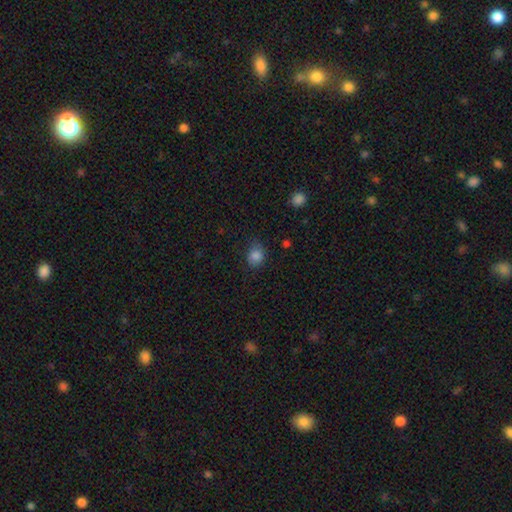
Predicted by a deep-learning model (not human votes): smooth 84%, star or artifact 11%, featured or disk 4%. Down the decision tree: how rounded — round (68%); merging — none (72%).